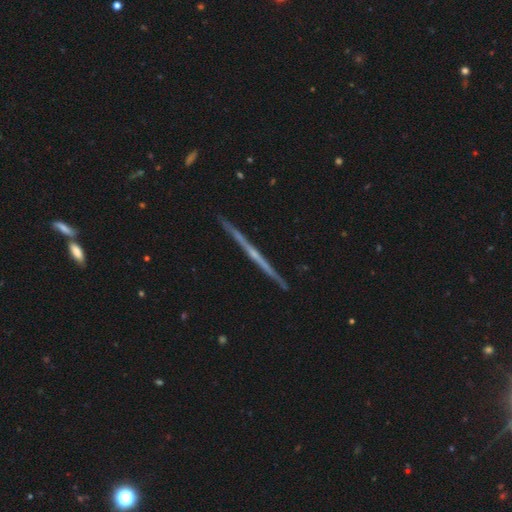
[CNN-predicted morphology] A featured or disk galaxy (81%) viewed edge-on (99%) with no central bulge (53%).

Vote fractions:
- Smooth or featured? featured or disk: 81% / smooth: 13% / star or artifact: 5%
- Edge-on disk? yes: 99% / no: 1%
- Edge-on bulge? none: 53% / rounded: 41% / boxy: 6%
- Merging? none: 92% / minor disturbance: 6% / major disturbance: 1% / merger: 1%